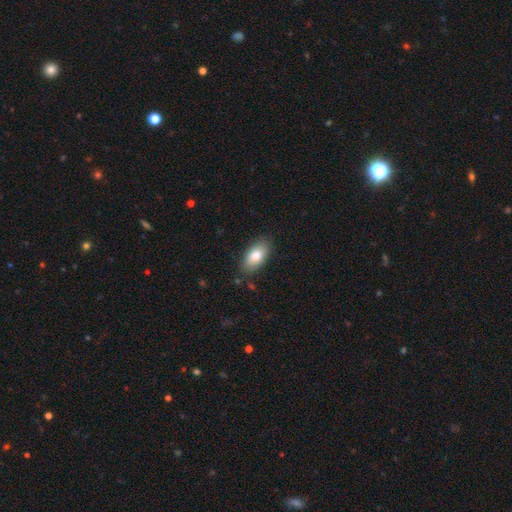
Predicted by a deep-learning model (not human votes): Smooth or featured? smooth (80%)
How rounded? in between (91%)
Merging? none (83%)